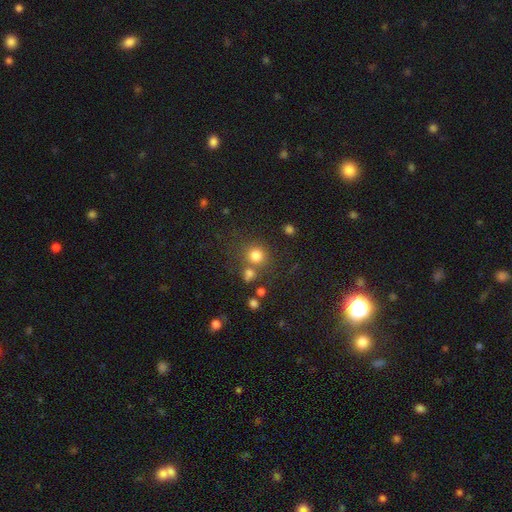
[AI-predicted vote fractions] Morphology: type=smooth (78%); roundness=round (88%); merging=none (66%).